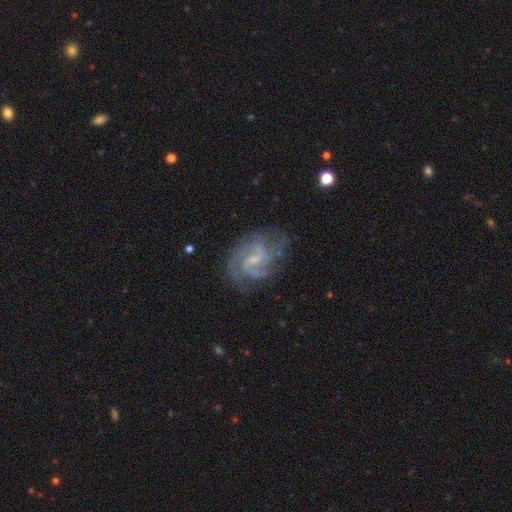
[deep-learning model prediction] The model was most divided on "spiral arm count": 2: 30%, can't tell: 28%, 3: 19%, 4: 10%, more than 4: 6%, 1: 6%. Remaining: edge-on disk — no (97%); spiral arms — yes (94%); smooth or featured — featured or disk (76%); merging — none (76%); bulge size — small (59%); bar — weak (54%); spiral winding — tight (44%).